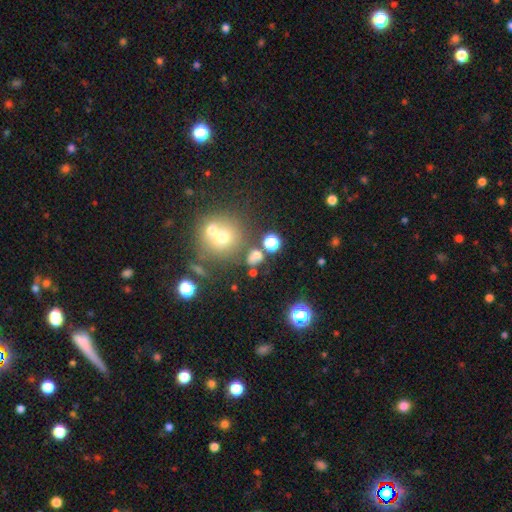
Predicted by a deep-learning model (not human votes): Overall: smooth (58%; star or artifact 28%). How rounded: round (68%; in between 30%). Merging: none (56%; merger 24%).